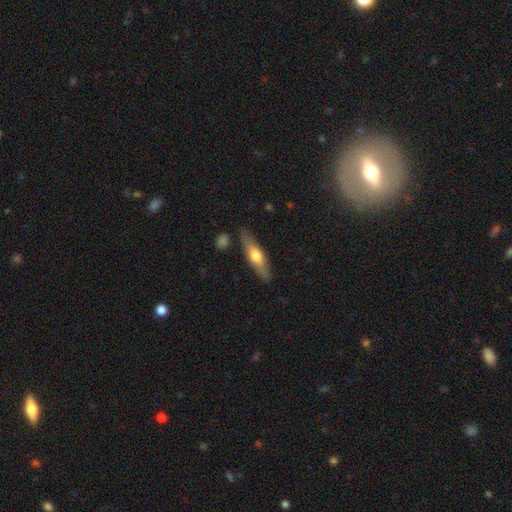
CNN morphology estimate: A smooth galaxy with no disk features (54%) that is cigar-shaped (68%).

Vote fractions:
- Smooth or featured? smooth: 54% / featured or disk: 40% / star or artifact: 6%
- How rounded? cigar-shaped: 68% / in between: 30% / round: 2%
- Merging? none: 83% / minor disturbance: 11% / merger: 3% / major disturbance: 3%